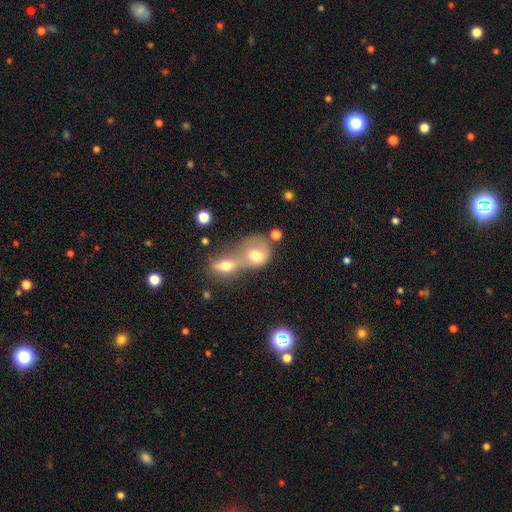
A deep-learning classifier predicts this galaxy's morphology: smooth_or_featured: smooth (p=0.66) [alt: featured or disk p=0.24]
how_rounded: round (p=0.62) [alt: in between p=0.37]
merging: merger (p=0.72) [alt: none p=0.15]